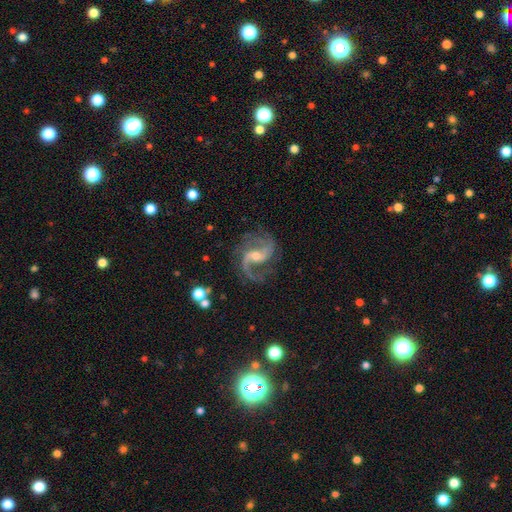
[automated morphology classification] The model was most divided on "spiral winding": medium: 49%, loose: 40%, tight: 10%. Remaining: spiral arms — yes (98%); edge-on disk — no (98%); smooth or featured — featured or disk (91%); spiral arm count — 2 (84%); merging — none (75%); bulge size — small (53%); bar — weak (44%).